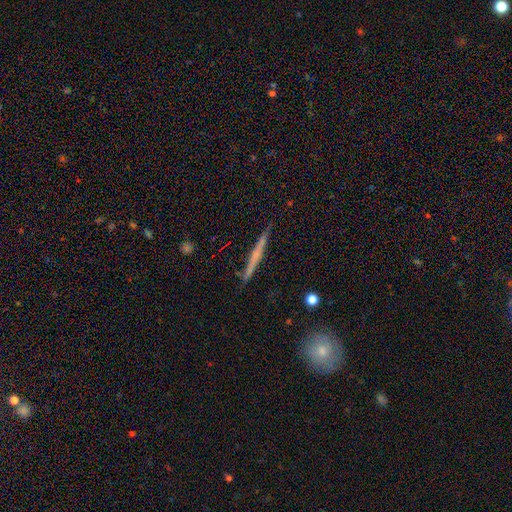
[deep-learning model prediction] This is possibly a featured or disk galaxy (54%). It is clearly viewed edge-on (97%). Edge-on bulge: likely none (78%). Merging: clearly none (89%).